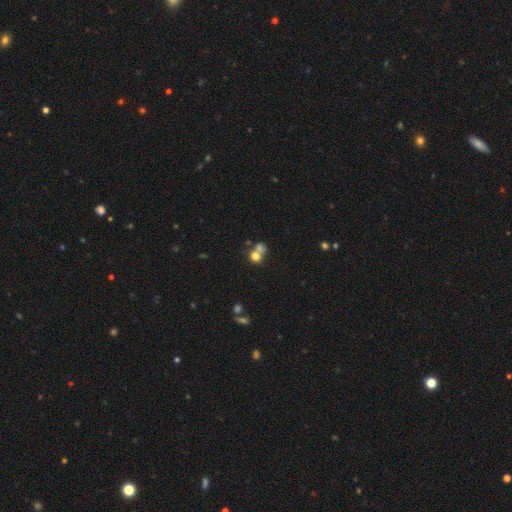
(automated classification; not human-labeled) A smooth galaxy with no disk features (72%) that is round (75%).

Vote fractions:
- Smooth or featured? smooth: 72% / featured or disk: 14% / star or artifact: 13%
- How rounded? round: 75% / in between: 24% / cigar-shaped: 1%
- Merging? merger: 54% / none: 33% / minor disturbance: 8% / major disturbance: 5%